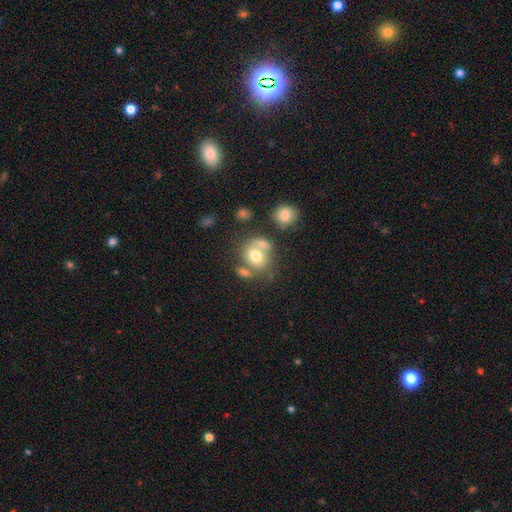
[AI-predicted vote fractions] Smooth or featured: smooth — 69% (featured or disk — 20%)
How rounded: round — 54% (in between — 45%)
Merging: none — 39% (merger — 38%)